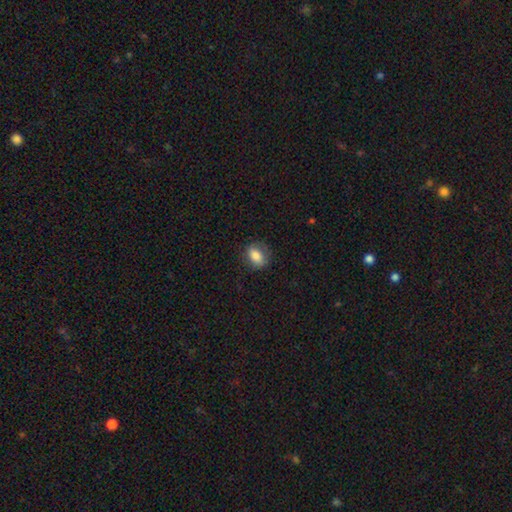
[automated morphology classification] A smooth galaxy with no disk features (78%) that is in between round and cigar-shaped (73%). Merging: none (75%).